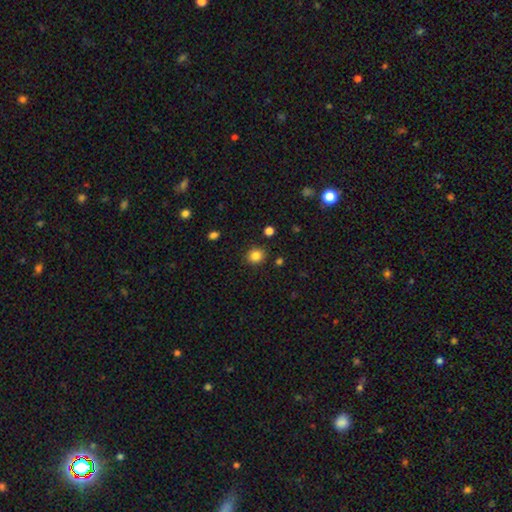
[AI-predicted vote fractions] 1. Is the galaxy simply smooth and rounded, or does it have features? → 84% smooth, 11% star or artifact, 5% featured or disk.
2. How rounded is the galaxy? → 79% round, 21% in between, 1% cigar-shaped.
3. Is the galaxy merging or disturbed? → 87% none, 8% minor disturbance, 3% major disturbance, 2% merger.